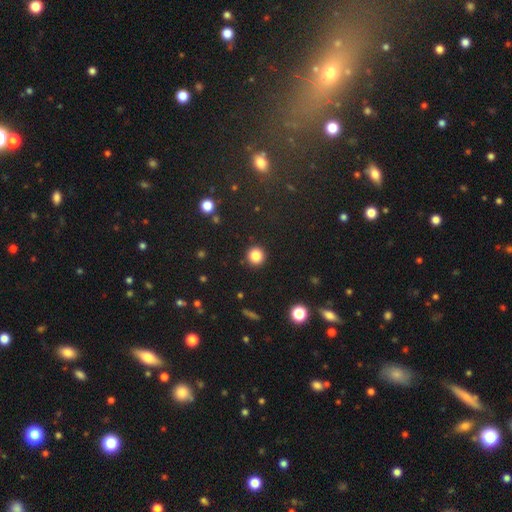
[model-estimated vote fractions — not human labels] Overall: smooth (84%). How rounded: round (93%). Merging: none (92%).